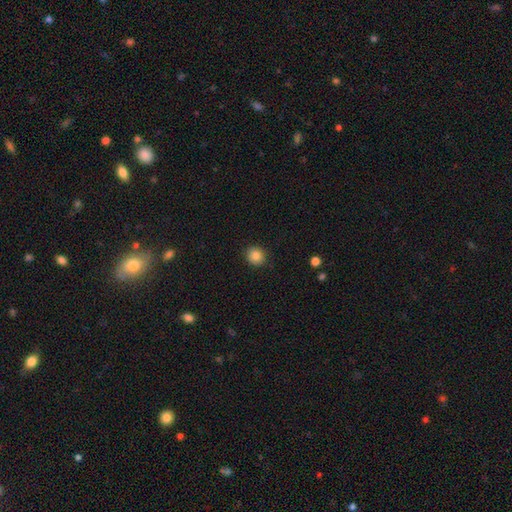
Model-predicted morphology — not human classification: Smooth or featured? smooth (85%)
How rounded? round (90%)
Merging? none (91%)